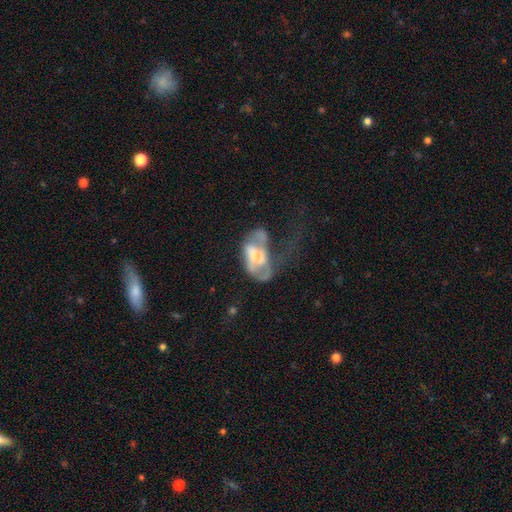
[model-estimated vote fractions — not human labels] Smooth or featured: featured or disk — 55% (smooth — 37%)
Edge-on disk: no — 95% (yes — 5%)
Bar: no — 55% (weak — 30%)
Spiral arms: no — 64% (yes — 36%)
Bulge size: moderate — 34% (small — 23%)
Merging: major disturbance — 51% (merger — 18%)